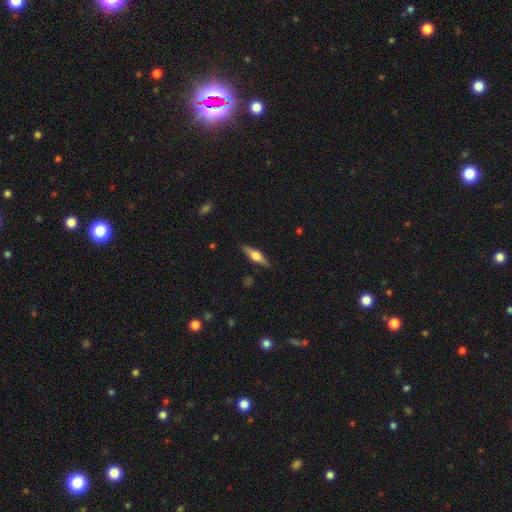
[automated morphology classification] smooth_or_featured: featured or disk (p=0.57) [alt: smooth p=0.37]
disk_edge_on: yes (p=0.95) [alt: no p=0.05]
edge_on_bulge: rounded (p=0.91) [alt: boxy p=0.07]
merging: none (p=0.87) [alt: minor disturbance p=0.09]